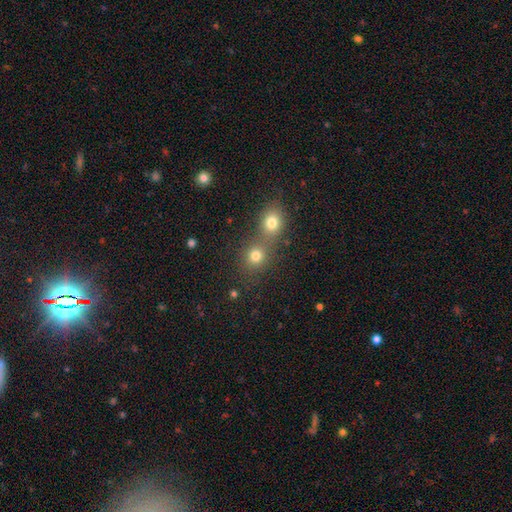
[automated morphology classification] smooth-or-featured: smooth: 77% | star or artifact: 15% | featured or disk: 7%
  how-rounded: round: 82% | in between: 17% | cigar-shaped: 1%
  merging: none: 46% | merger: 45% | minor disturbance: 6% | major disturbance: 3%